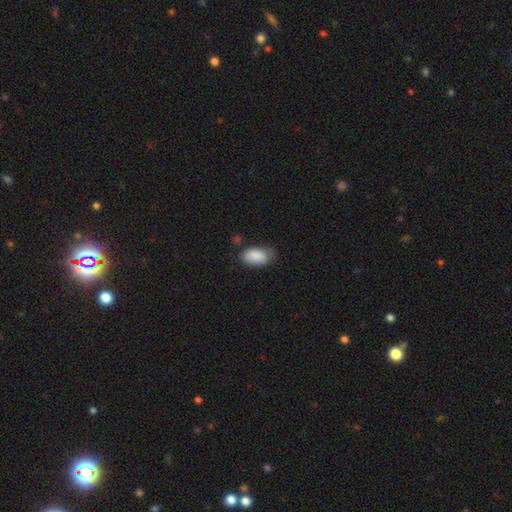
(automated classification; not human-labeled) A smooth galaxy with no disk features (87%) that is in between round and cigar-shaped (93%).

Vote fractions:
- Smooth or featured? smooth: 87% / star or artifact: 7% / featured or disk: 7%
- How rounded? in between: 93% / round: 4% / cigar-shaped: 3%
- Merging? none: 60% / minor disturbance: 30% / major disturbance: 7% / merger: 3%